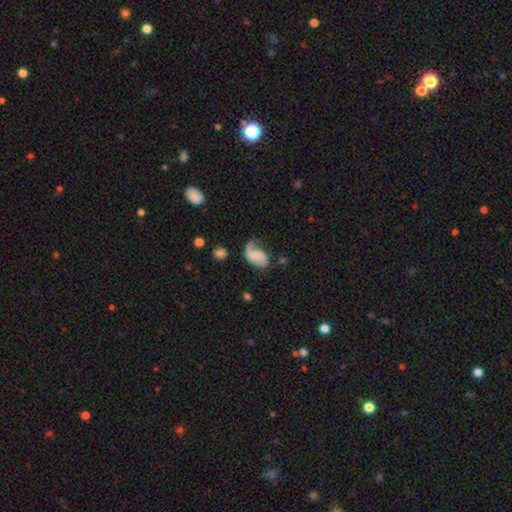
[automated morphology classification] A featured or disk galaxy (60%) with no bar (53%), 2 (59%) loose (60%) spiral arms (90%) and a small central bulge (41%).

Vote fractions:
- Smooth or featured? featured or disk: 60% / smooth: 32% / star or artifact: 8%
- Edge-on disk? no: 97% / yes: 3%
- Bar? no: 53% / weak: 37% / strong: 11%
- Spiral arms? yes: 90% / no: 10%
- Spiral winding? loose: 60% / medium: 29% / tight: 11%
- Spiral arm count? 2: 59% / 1: 34% / can't tell: 5% / 3: 1% / 4: 1% / more than 4: 1%
- Bulge size? small: 41% / none: 37% / moderate: 17% / large: 3% / dominant: 2%
- Merging? none: 43% / minor disturbance: 29% / major disturbance: 24% / merger: 3%